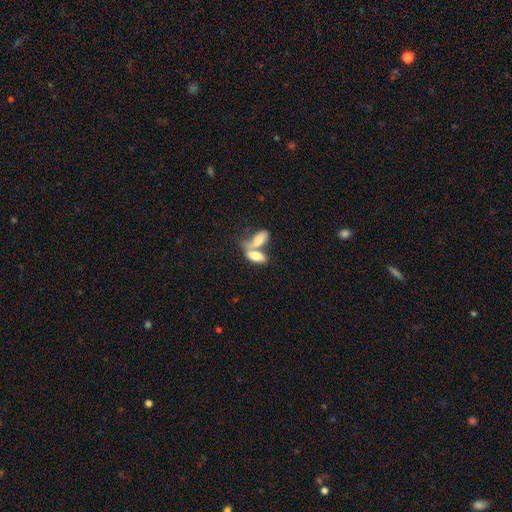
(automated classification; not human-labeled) smooth 75%, featured or disk 18%, star or artifact 6%. Down the decision tree: how rounded — in between (87%); merging — merger (68%).